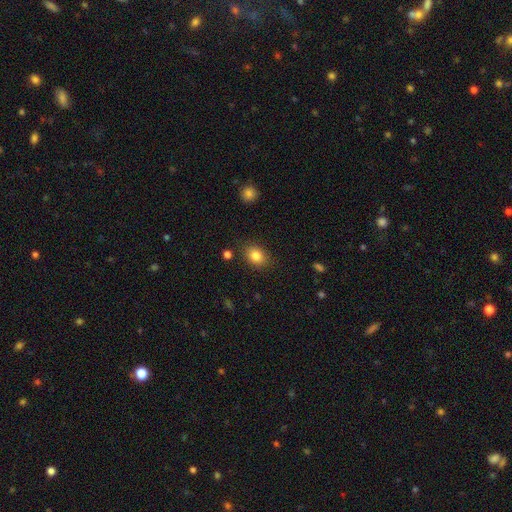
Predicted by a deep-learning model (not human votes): A smooth galaxy with no disk features (83%) that is in between round and cigar-shaped (62%).

Vote fractions:
- Smooth or featured? smooth: 83% / star or artifact: 10% / featured or disk: 7%
- How rounded? in between: 62% / round: 37% / cigar-shaped: 1%
- Merging? none: 83% / minor disturbance: 11% / major disturbance: 3% / merger: 2%